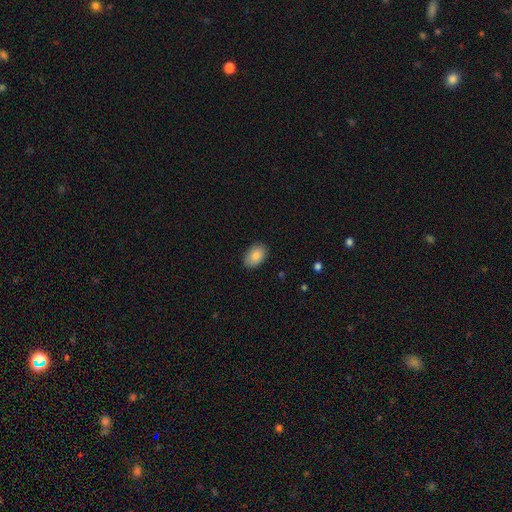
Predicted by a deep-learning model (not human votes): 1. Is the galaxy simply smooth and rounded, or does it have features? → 86% smooth, 7% star or artifact, 7% featured or disk.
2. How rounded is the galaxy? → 88% in between, 11% round, 1% cigar-shaped.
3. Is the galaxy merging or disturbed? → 86% none, 11% minor disturbance, 2% major disturbance, 1% merger.